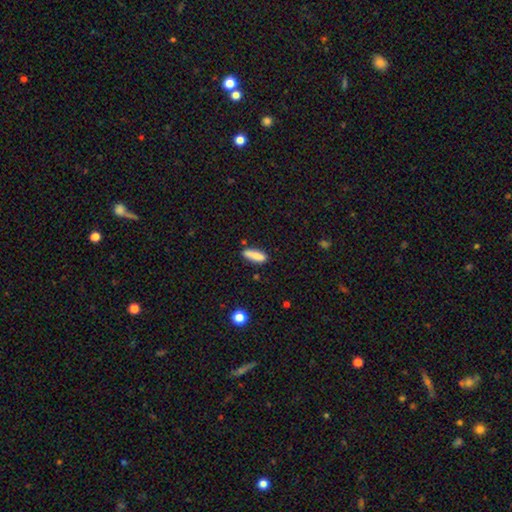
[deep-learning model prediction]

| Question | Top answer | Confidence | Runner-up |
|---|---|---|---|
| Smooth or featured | smooth | 82% | featured or disk (10%) |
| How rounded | cigar-shaped | 52% | in between (45%) |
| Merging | none | 72% | minor disturbance (18%) |